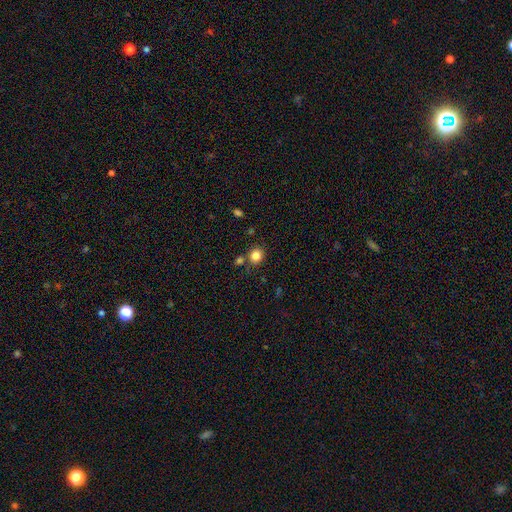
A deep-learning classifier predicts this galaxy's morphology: Overall: smooth (84%). How rounded: round (83%). Merging: none (77%).